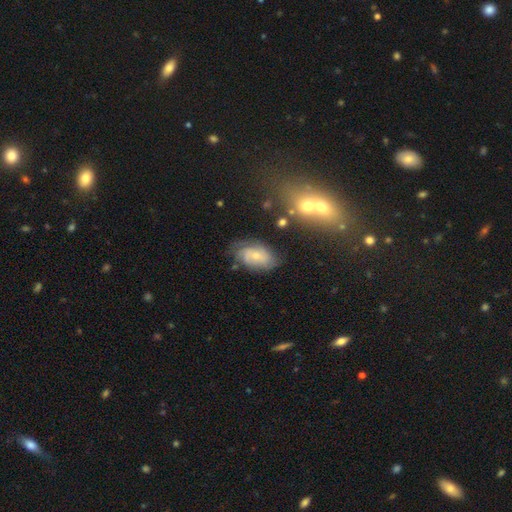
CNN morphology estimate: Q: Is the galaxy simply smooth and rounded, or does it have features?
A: featured or disk — 61%.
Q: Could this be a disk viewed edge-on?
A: no — 95%.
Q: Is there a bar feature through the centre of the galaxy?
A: no — 70%.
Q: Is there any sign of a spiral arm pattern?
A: yes — 83%.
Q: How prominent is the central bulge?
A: small — 66%.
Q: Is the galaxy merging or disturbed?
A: none — 60%.